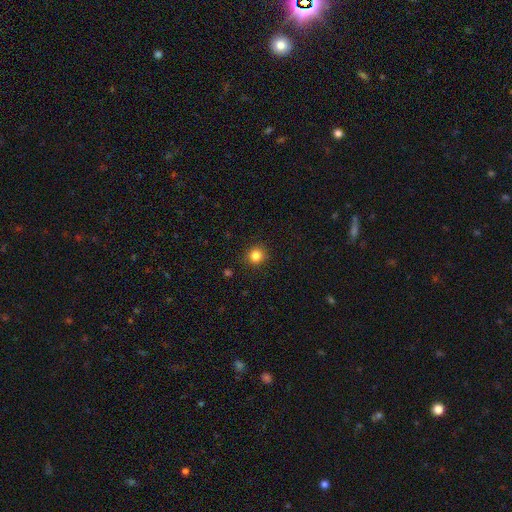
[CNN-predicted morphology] Smooth or featured? Predicted: smooth (p=0.84). How rounded? Predicted: round (p=0.91). Merging? Predicted: none (p=0.90).